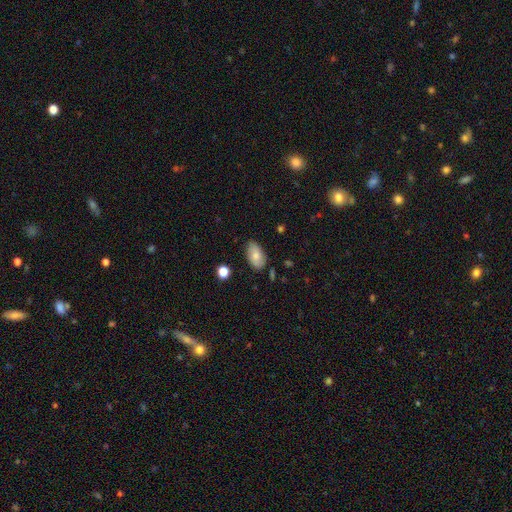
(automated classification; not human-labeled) Overall: smooth (77%). How rounded: in between (93%). Merging: none (80%).